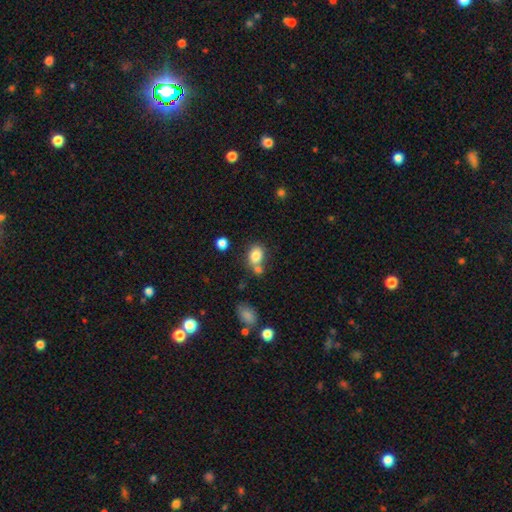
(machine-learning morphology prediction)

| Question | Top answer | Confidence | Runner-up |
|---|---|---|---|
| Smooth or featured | smooth | 82% | star or artifact (10%) |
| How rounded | in between | 71% | round (28%) |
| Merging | none | 54% | merger (26%) |